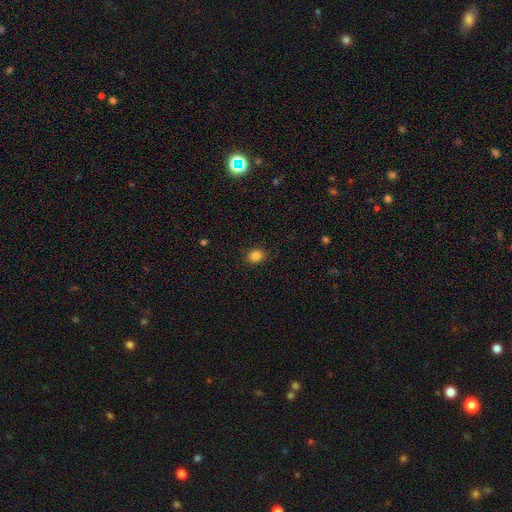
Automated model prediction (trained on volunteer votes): A smooth galaxy with no disk features (84%) that is round (59%). Merging: none (89%).